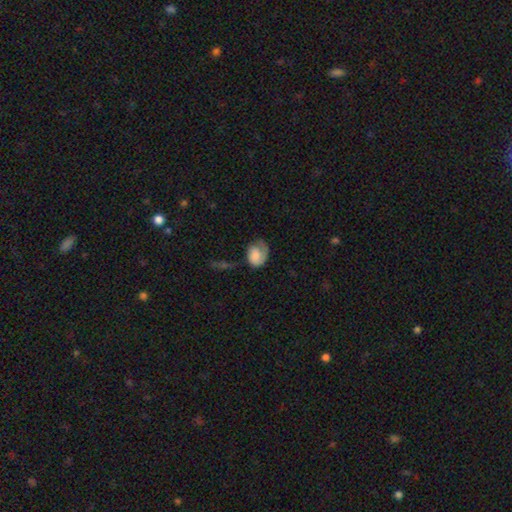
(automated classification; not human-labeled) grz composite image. It shows a smooth galaxy with no disk features (61%) that is in between round and cigar-shaped (63%). Merging: none (39%).